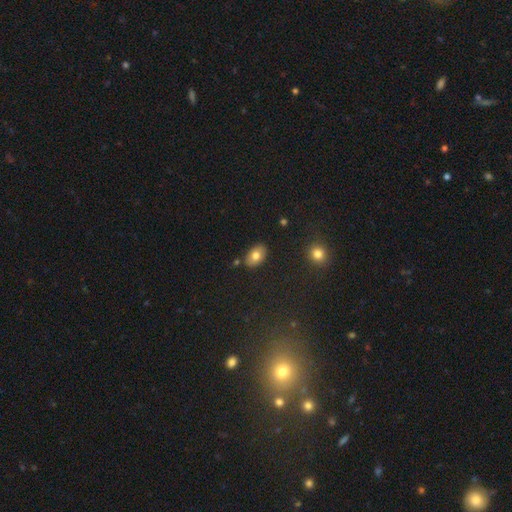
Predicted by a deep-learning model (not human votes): This appears to be a smooth galaxy with no disk features (76%) that is in between round and cigar-shaped (88%). Merging: none (84%).